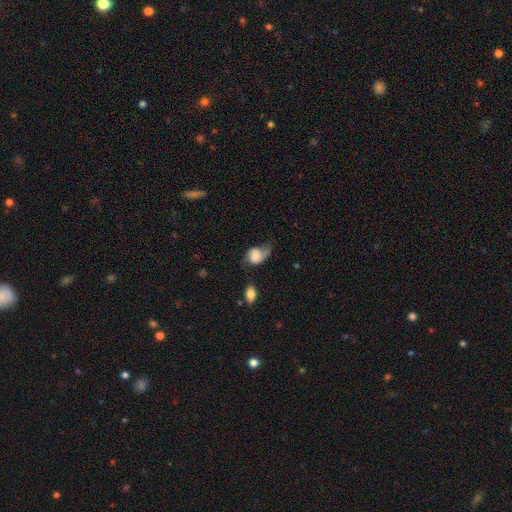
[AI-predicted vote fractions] The model was most divided on "smooth or featured": smooth: 46%, featured or disk: 45%, star or artifact: 9%. Remaining: merging — major disturbance (36%).